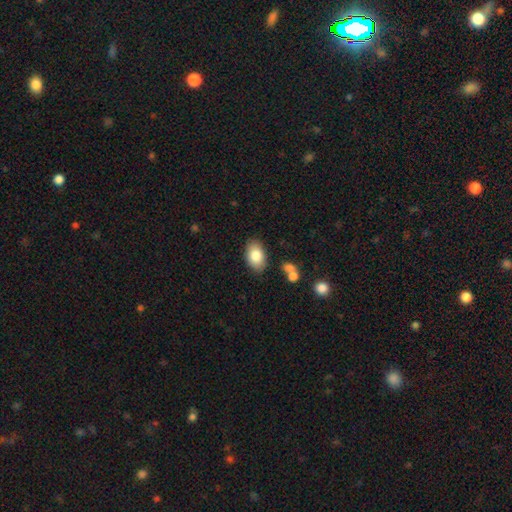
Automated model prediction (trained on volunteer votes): This is clearly a smooth galaxy (83%). How rounded: clearly in between (90%). Merging: clearly none (83%).